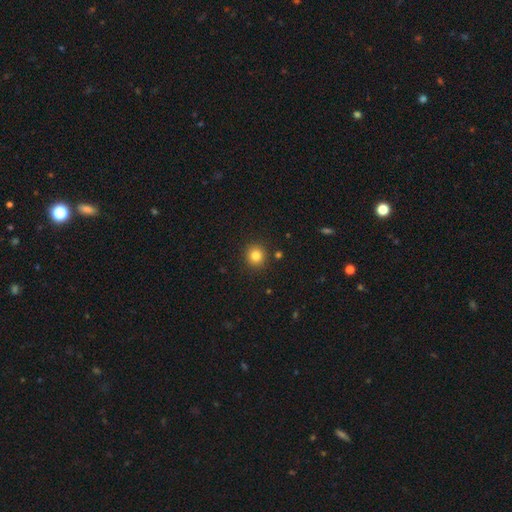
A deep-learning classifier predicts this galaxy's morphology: Smooth or featured? smooth (82%)
How rounded? round (92%)
Merging? none (90%)